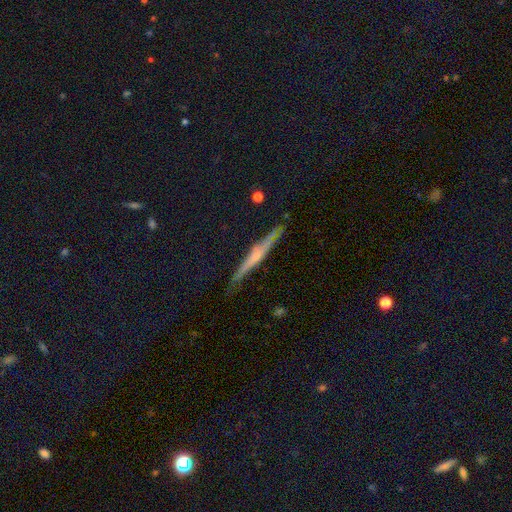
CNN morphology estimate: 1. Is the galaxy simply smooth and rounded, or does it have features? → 63% featured or disk, 28% smooth, 9% star or artifact.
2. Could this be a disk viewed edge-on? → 95% yes, 5% no.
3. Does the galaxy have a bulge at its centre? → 53% rounded, 37% none, 11% boxy.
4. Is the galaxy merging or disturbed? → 79% none, 16% minor disturbance, 3% major disturbance, 2% merger.